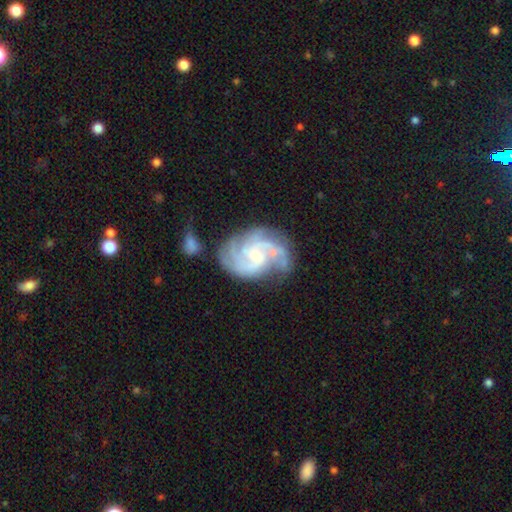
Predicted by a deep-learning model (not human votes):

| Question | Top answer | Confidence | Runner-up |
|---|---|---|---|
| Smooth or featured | featured or disk | 90% | smooth (5%) |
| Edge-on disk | no | 98% | yes (2%) |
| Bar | no | 55% | weak (37%) |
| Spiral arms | yes | 98% | no (2%) |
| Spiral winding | medium | 46% | tight (43%) |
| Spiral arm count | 3 | 39% | 4 (20%) |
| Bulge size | small | 72% | moderate (23%) |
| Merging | none | 56% | minor disturbance (22%) |